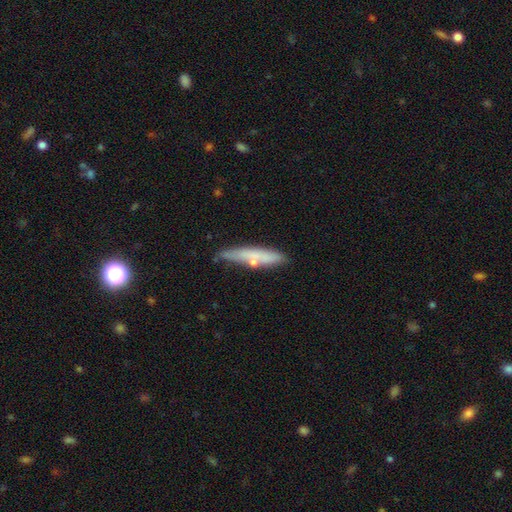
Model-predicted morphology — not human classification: This is possibly a smooth galaxy (59%). How rounded: clearly cigar-shaped (88%). Merging: likely none (71%).